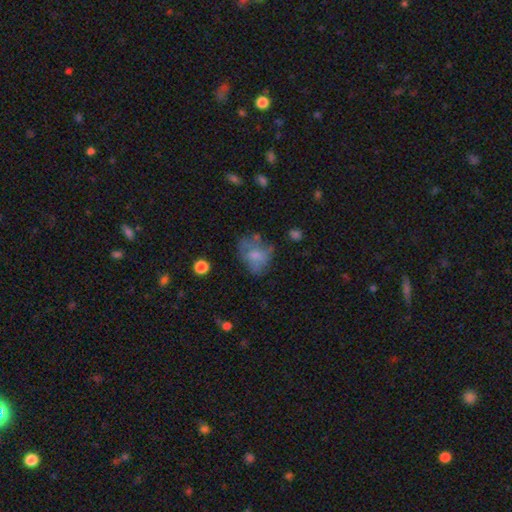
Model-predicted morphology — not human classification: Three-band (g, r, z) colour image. It shows a smooth galaxy with no disk features (60%) that is in between round and cigar-shaped (52%). Merging: none (45%).